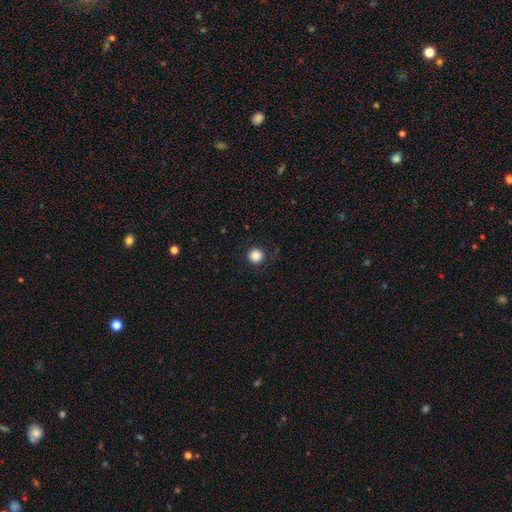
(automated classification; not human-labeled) smooth 87%, star or artifact 10%, featured or disk 3%. Down the decision tree: how rounded — round (96%); merging — none (91%).